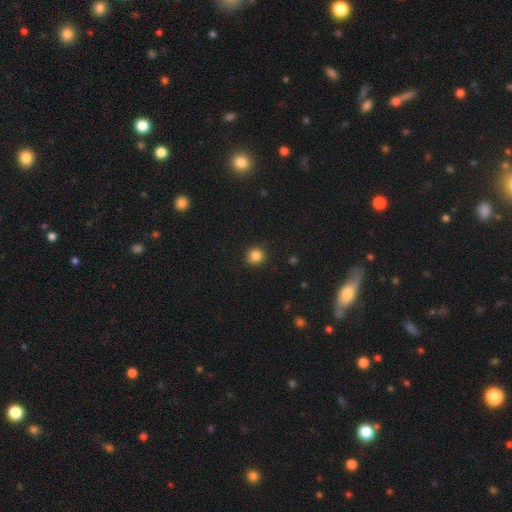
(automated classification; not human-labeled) This appears to be a smooth galaxy with no disk features (85%) that is round (92%). Merging: none (91%).